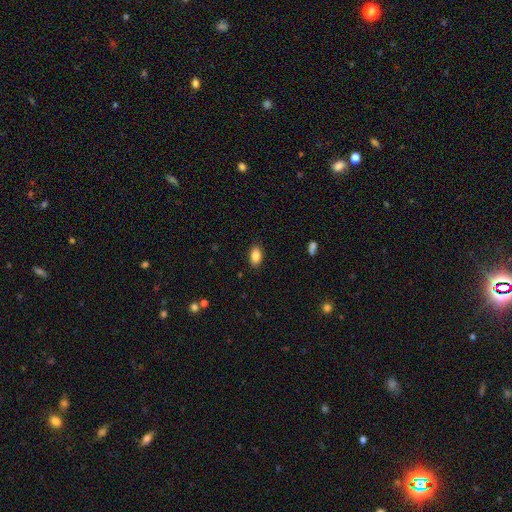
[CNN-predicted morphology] The model was most divided on "merging": none: 88%, minor disturbance: 9%, major disturbance: 2%, merger: 1%. More confident: how rounded — in between (92%); smooth or featured — smooth (87%).